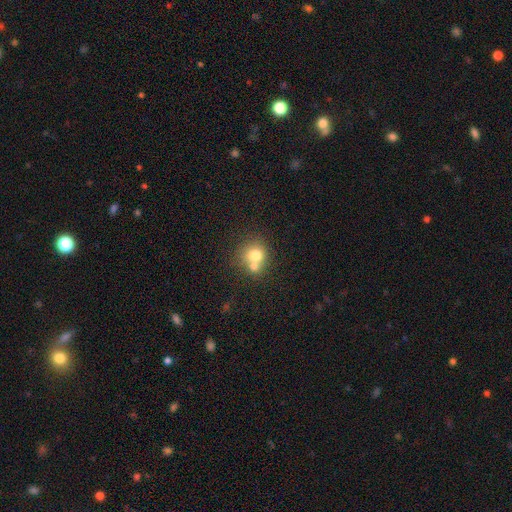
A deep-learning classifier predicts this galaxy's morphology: Smooth or featured? smooth (73%)
How rounded? round (83%)
Merging? merger (48%)